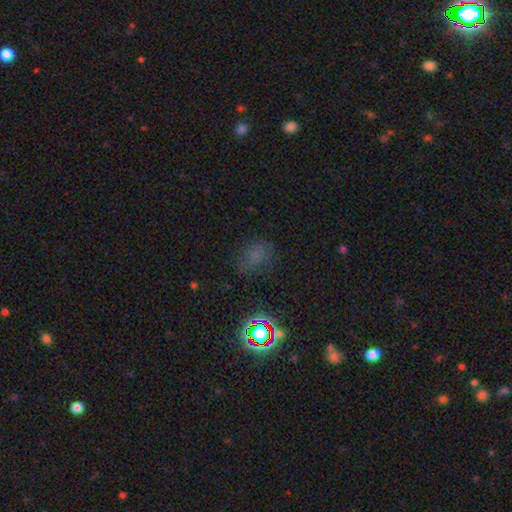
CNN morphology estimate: Smooth or featured?
  - smooth: 57% *
  - star or artifact: 32%
  - featured or disk: 12%
How rounded?
  - in between: 57% *
  - round: 41%
  - cigar-shaped: 2%
Merging?
  - none: 68% *
  - minor disturbance: 20%
  - major disturbance: 10%
  - merger: 2%